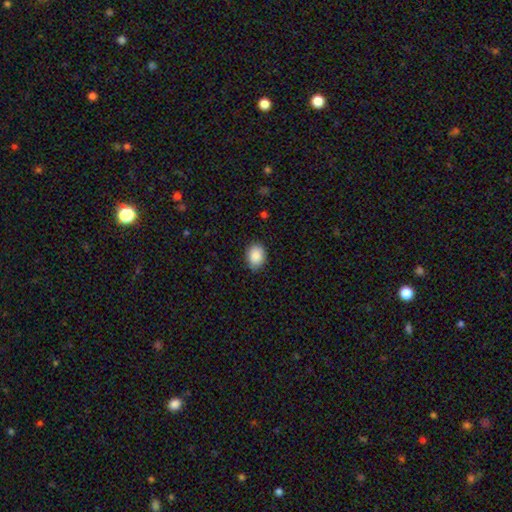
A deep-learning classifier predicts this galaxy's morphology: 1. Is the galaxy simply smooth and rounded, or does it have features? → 89% smooth, 8% star or artifact, 3% featured or disk.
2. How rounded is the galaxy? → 60% in between, 39% round, 1% cigar-shaped.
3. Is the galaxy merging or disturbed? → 82% none, 14% minor disturbance, 2% major disturbance, 1% merger.